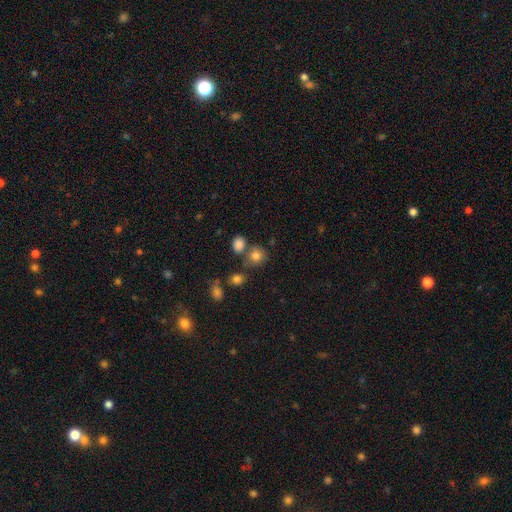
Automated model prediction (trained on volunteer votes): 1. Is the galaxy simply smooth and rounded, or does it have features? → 81% smooth, 12% star or artifact, 7% featured or disk.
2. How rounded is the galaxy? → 79% round, 20% in between, 1% cigar-shaped.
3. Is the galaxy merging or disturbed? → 63% none, 21% merger, 11% minor disturbance, 4% major disturbance.